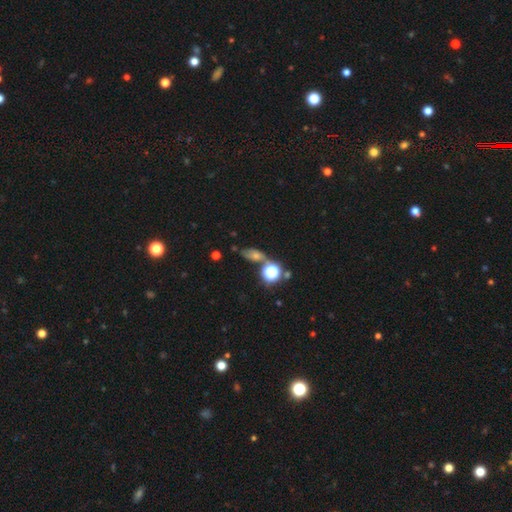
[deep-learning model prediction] Morphology: type=star or artifact (41%).